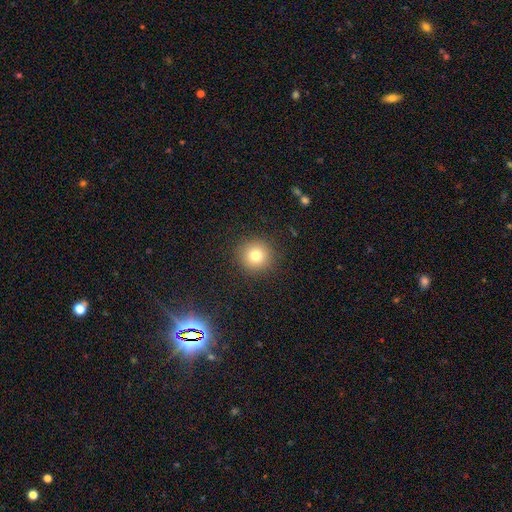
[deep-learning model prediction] Overall: smooth (78%). How rounded: round (94%). Merging: none (91%).